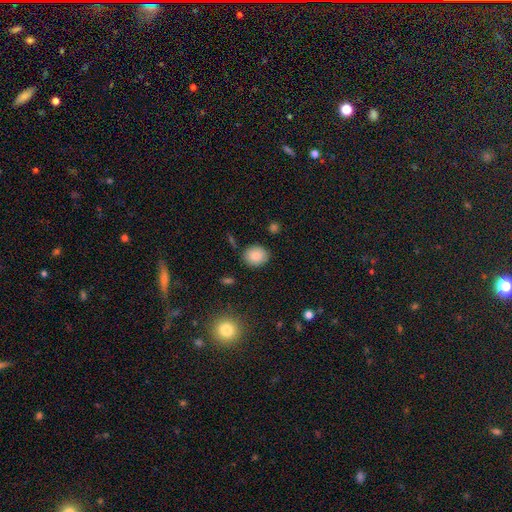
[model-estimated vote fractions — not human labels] Smooth or featured? smooth (86%)
How rounded? round (66%)
Merging? none (84%)